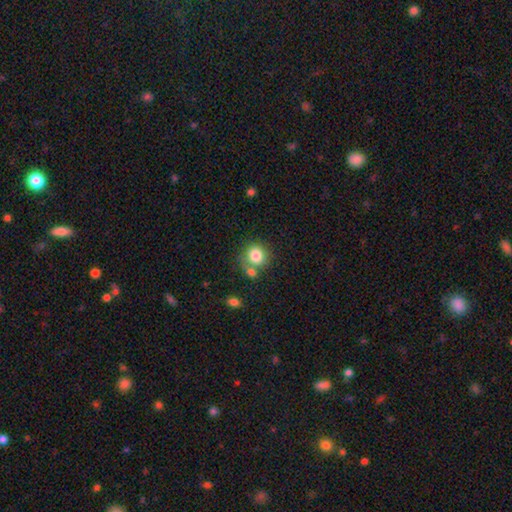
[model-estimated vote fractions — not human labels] smooth_or_featured: smooth (p=0.81) [alt: star or artifact p=0.10]
how_rounded: round (p=0.79) [alt: in between p=0.20]
merging: none (p=0.56) [alt: merger p=0.26]